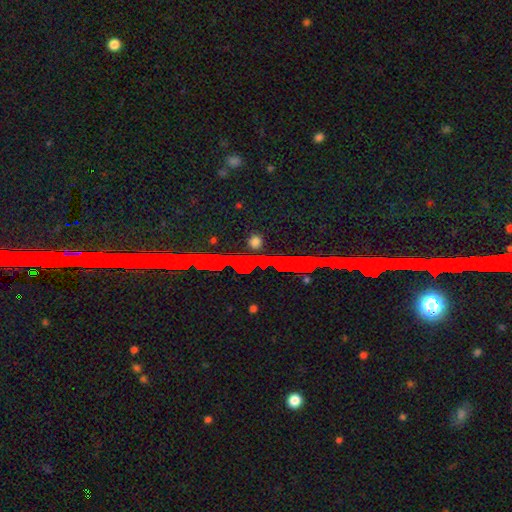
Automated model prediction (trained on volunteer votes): This is clearly a star or artifact rather than a galaxy (84%).